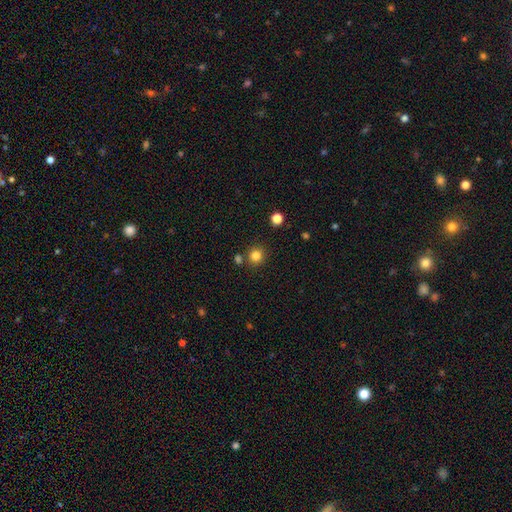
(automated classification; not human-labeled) Q: Smooth or featured?
A: smooth (83%); runner-up: star or artifact (13%)
Q: How rounded?
A: round (91%); runner-up: in between (8%)
Q: Merging?
A: none (83%); runner-up: minor disturbance (7%)